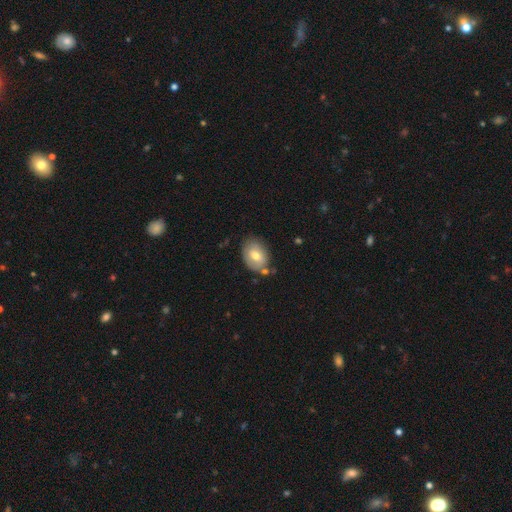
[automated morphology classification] A smooth galaxy with no disk features (66%) that is in between round and cigar-shaped (72%).

Vote fractions:
- Smooth or featured? smooth: 66% / featured or disk: 26% / star or artifact: 7%
- How rounded? in between: 72% / round: 27% / cigar-shaped: 1%
- Merging? none: 66% / minor disturbance: 20% / merger: 9% / major disturbance: 5%